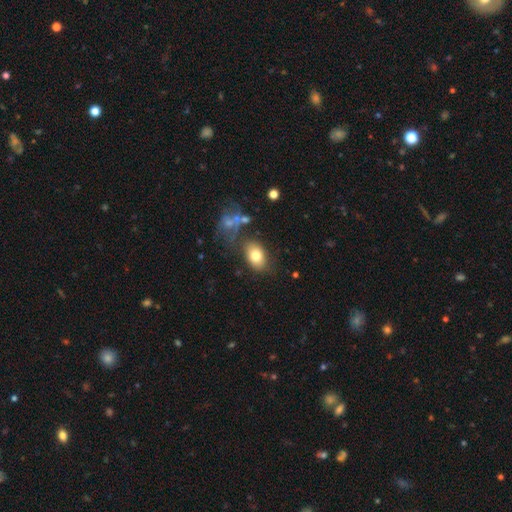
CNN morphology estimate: smooth-or-featured: smooth: 79% | featured or disk: 13% | star or artifact: 9%
  how-rounded: in between: 83% | round: 16% | cigar-shaped: 1%
  merging: none: 73% | minor disturbance: 15% | merger: 6% | major disturbance: 6%